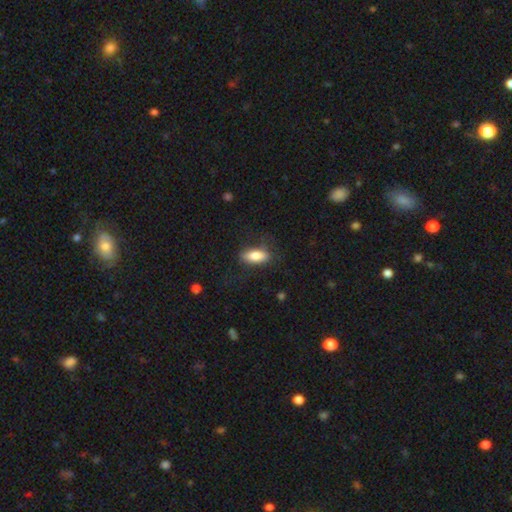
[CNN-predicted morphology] smooth 79%, featured or disk 14%, star or artifact 7%. Down the decision tree: how rounded — in between (78%); merging — none (75%).